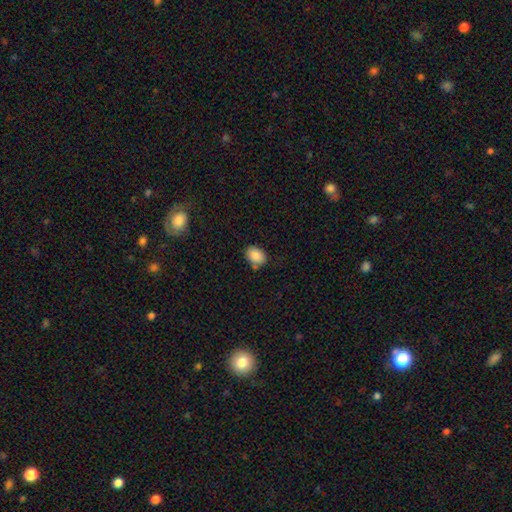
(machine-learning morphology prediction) Smooth or featured?
  - smooth: 87% *
  - star or artifact: 8%
  - featured or disk: 5%
How rounded?
  - in between: 72% *
  - round: 27%
  - cigar-shaped: 1%
Merging?
  - none: 72% *
  - minor disturbance: 17%
  - merger: 8%
  - major disturbance: 4%